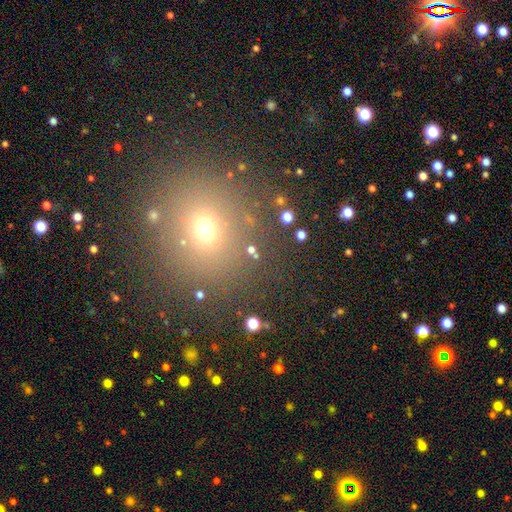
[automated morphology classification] Smooth or featured?
  - smooth: 57% *
  - star or artifact: 33%
  - featured or disk: 10%
How rounded?
  - round: 81% *
  - in between: 17%
  - cigar-shaped: 2%
Merging?
  - none: 82% *
  - minor disturbance: 9%
  - merger: 5%
  - major disturbance: 5%